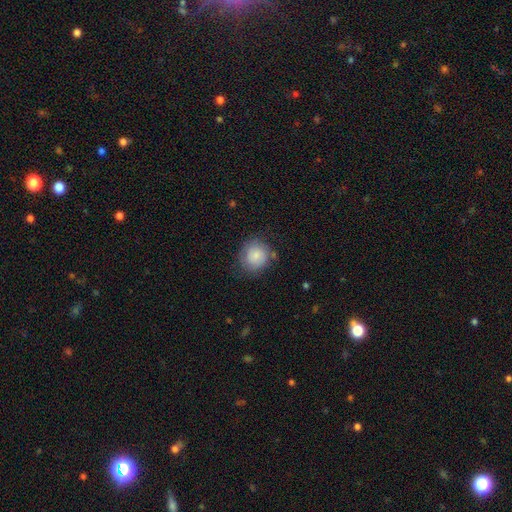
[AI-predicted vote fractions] smooth-or-featured: smooth: 76% | featured or disk: 16% | star or artifact: 8%
  how-rounded: round: 84% | in between: 15% | cigar-shaped: 1%
  merging: none: 71% | minor disturbance: 20% | major disturbance: 7% | merger: 3%